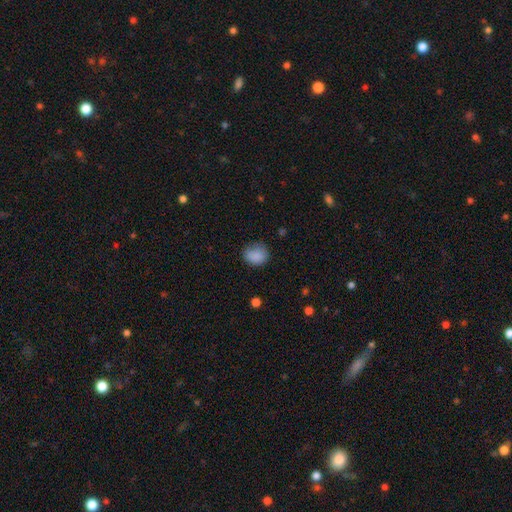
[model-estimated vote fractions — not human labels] Smooth or featured? Predicted: smooth (p=0.85). How rounded? Predicted: round (p=0.68). Merging? Predicted: none (p=0.68).